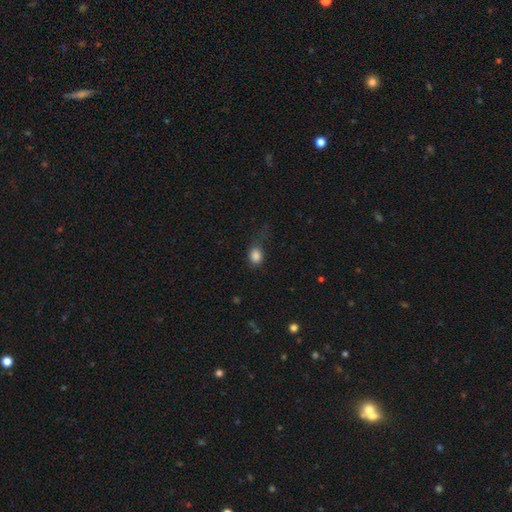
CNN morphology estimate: Q: Smooth or featured?
A: smooth (85%); runner-up: star or artifact (11%)
Q: How rounded?
A: round (52%); runner-up: in between (46%)
Q: Merging?
A: none (59%); runner-up: minor disturbance (26%)